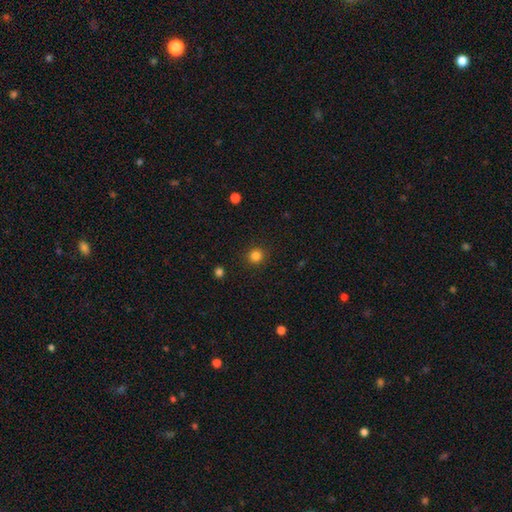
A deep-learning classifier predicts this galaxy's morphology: A smooth galaxy with no disk features (84%) that is round (92%).

Vote fractions:
- Smooth or featured? smooth: 84% / star or artifact: 13% / featured or disk: 4%
- How rounded? round: 92% / in between: 7% / cigar-shaped: 1%
- Merging? none: 91% / minor disturbance: 6% / major disturbance: 2% / merger: 1%